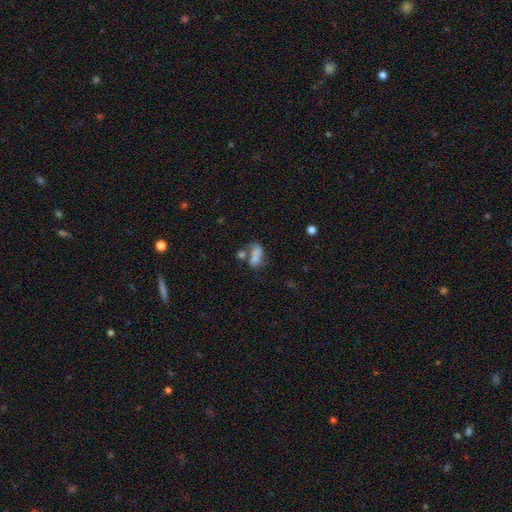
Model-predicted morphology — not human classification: type=smooth (66%); roundness=in between (83%); merging=merger (44%).